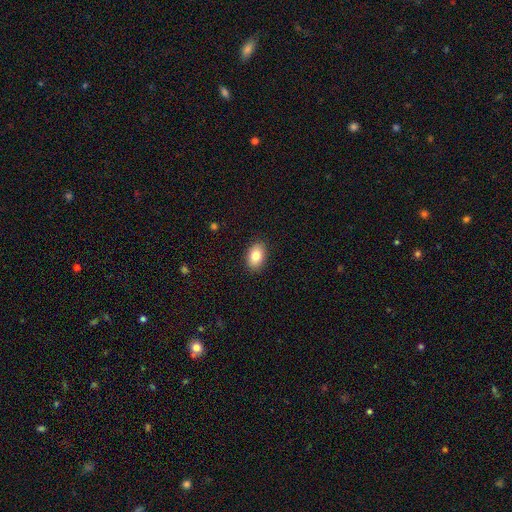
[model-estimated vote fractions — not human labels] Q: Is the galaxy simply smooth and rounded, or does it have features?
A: smooth — 82%.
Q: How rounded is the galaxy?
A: in between — 87%.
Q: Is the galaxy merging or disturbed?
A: none — 89%.